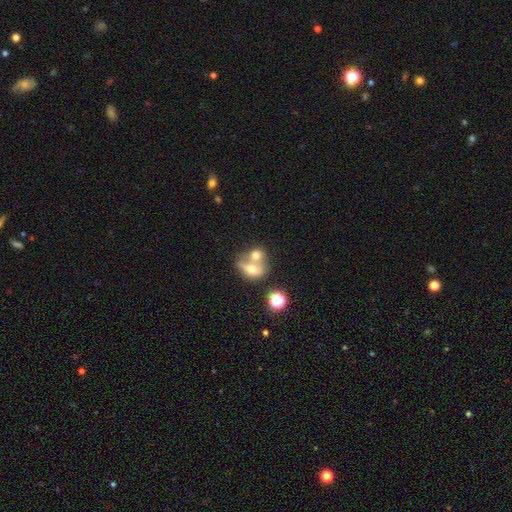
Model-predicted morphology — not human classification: This appears to be a smooth galaxy with no disk features (62%) that is round (57%). Merging: merger (67%).